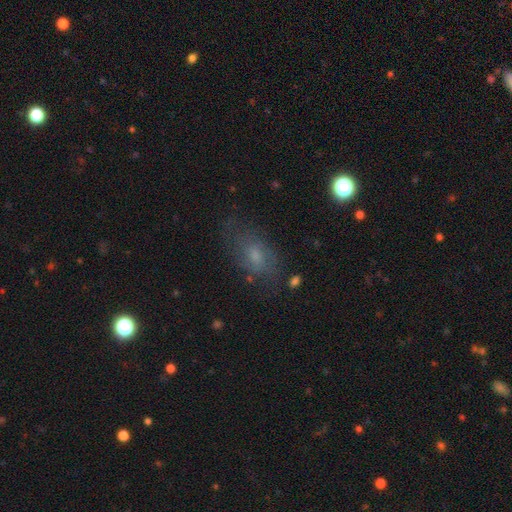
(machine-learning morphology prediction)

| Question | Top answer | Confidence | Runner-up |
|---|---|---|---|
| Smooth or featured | smooth | 48% | featured or disk (36%) |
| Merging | none | 66% | minor disturbance (20%) |